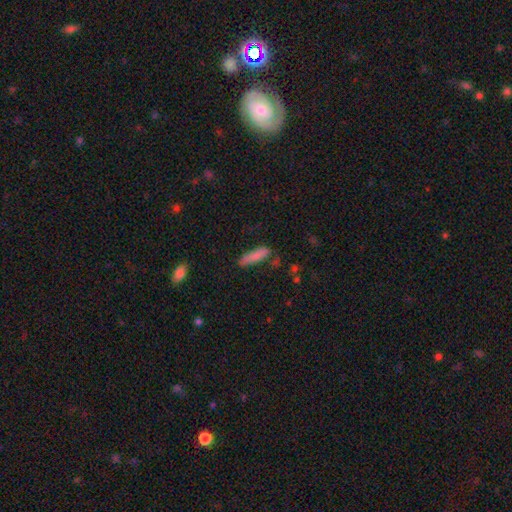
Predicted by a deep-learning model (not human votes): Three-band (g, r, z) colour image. It shows a smooth galaxy with no disk features (83%) that is cigar-shaped (72%). Merging: none (70%).